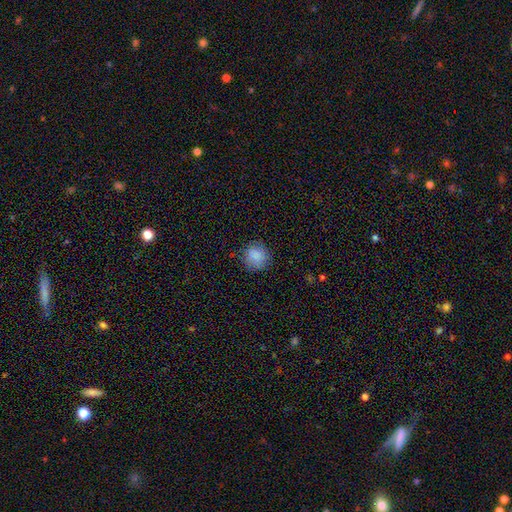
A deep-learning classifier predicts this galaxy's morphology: This is clearly a smooth galaxy (87%). How rounded: clearly round (89%). Merging: clearly none (82%).